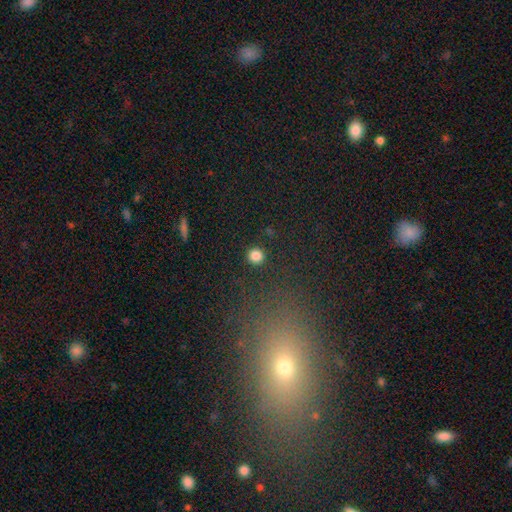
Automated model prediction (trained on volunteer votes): Q: Smooth or featured?
A: smooth (83%); runner-up: star or artifact (13%)
Q: How rounded?
A: round (94%); runner-up: in between (5%)
Q: Merging?
A: none (92%); runner-up: minor disturbance (5%)